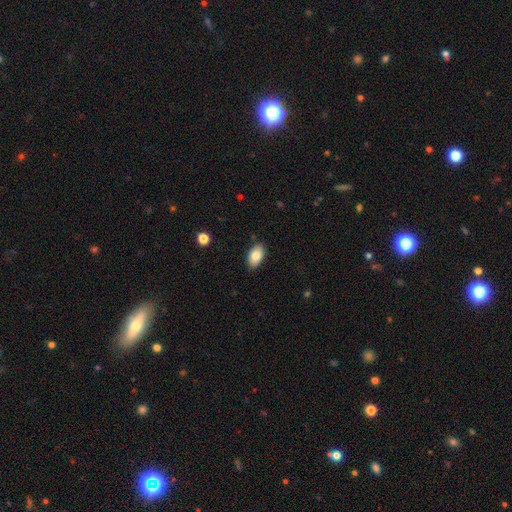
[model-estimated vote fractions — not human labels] smooth-or-featured: smooth: 84% | featured or disk: 9% | star or artifact: 7%
  how-rounded: in between: 92% | round: 6% | cigar-shaped: 1%
  merging: none: 86% | minor disturbance: 10% | major disturbance: 2% | merger: 1%